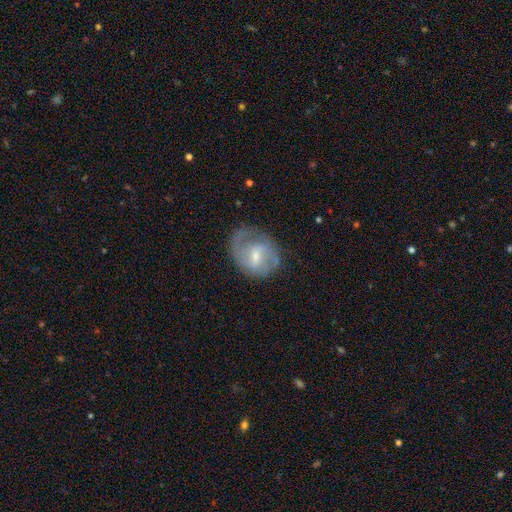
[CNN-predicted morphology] Smooth or featured: featured or disk — 73% (smooth — 20%)
Edge-on disk: no — 97% (yes — 3%)
Bar: weak — 60% (no — 22%)
Spiral arms: yes — 87% (no — 13%)
Spiral winding: medium — 46% (tight — 31%)
Spiral arm count: 2 — 59% (can't tell — 19%)
Bulge size: small — 50% (moderate — 43%)
Merging: none — 61% (minor disturbance — 24%)